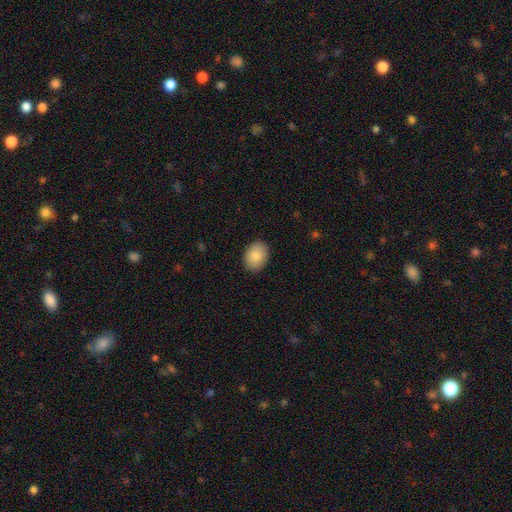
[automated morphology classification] smooth_or_featured: smooth (p=0.86) [alt: featured or disk p=0.07]
how_rounded: in between (p=0.73) [alt: round p=0.26]
merging: none (p=0.89) [alt: minor disturbance p=0.08]